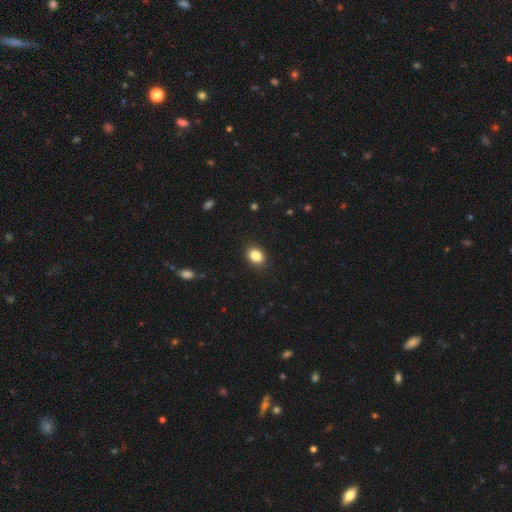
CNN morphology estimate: The model was most divided on "how rounded": in between: 77%, round: 22%, cigar-shaped: 1%. More confident: merging — none (89%); smooth or featured — smooth (86%).